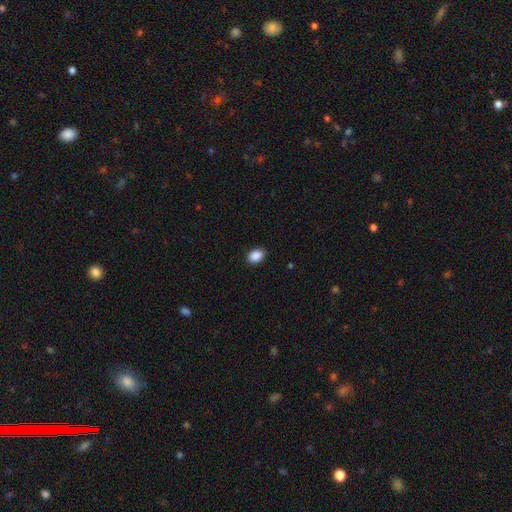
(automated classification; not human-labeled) smooth_or_featured: smooth (p=0.89) [alt: star or artifact p=0.08]
how_rounded: in between (p=0.72) [alt: round p=0.27]
merging: none (p=0.89) [alt: minor disturbance p=0.08]